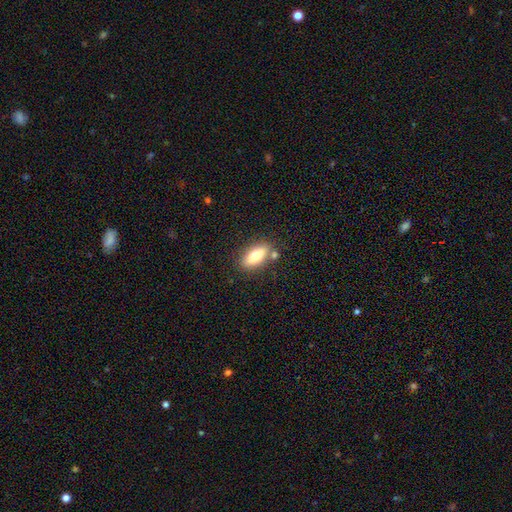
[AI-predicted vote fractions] This appears to be a smooth galaxy with no disk features (71%) that is in between round and cigar-shaped (77%). Merging: none (77%).